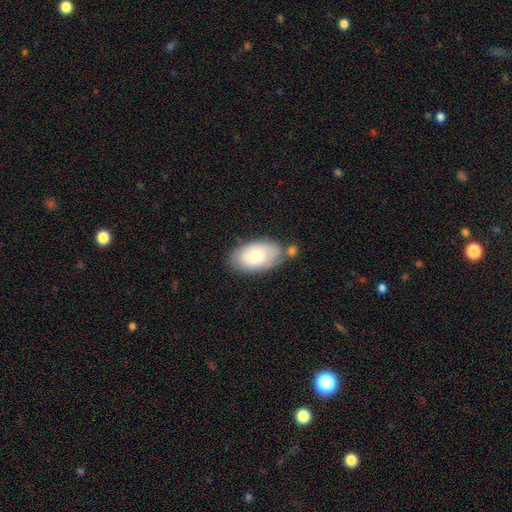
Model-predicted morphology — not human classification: Smooth or featured? Predicted: smooth (p=0.69). How rounded? Predicted: in between (p=0.94). Merging? Predicted: none (p=0.60).